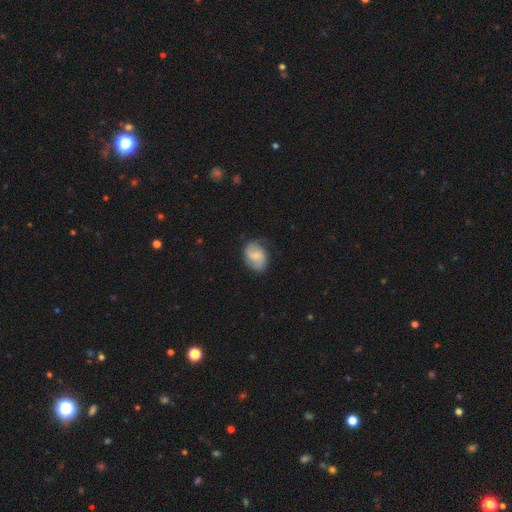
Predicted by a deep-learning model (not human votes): Smooth or featured: featured or disk — 49% (smooth — 44%)
Merging: none — 71% (minor disturbance — 21%)